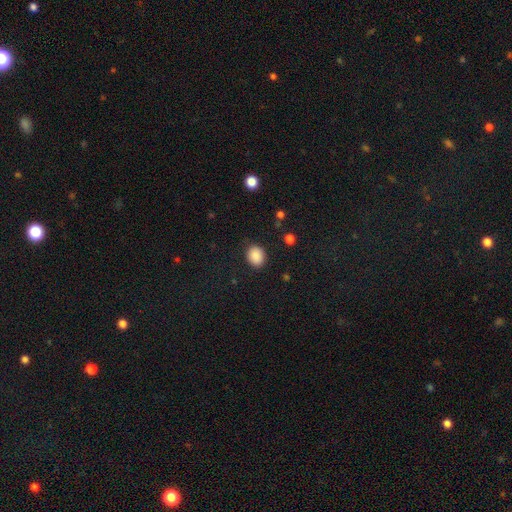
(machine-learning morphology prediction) A smooth galaxy with no disk features (88%) that is round (52%). Merging: none (87%).